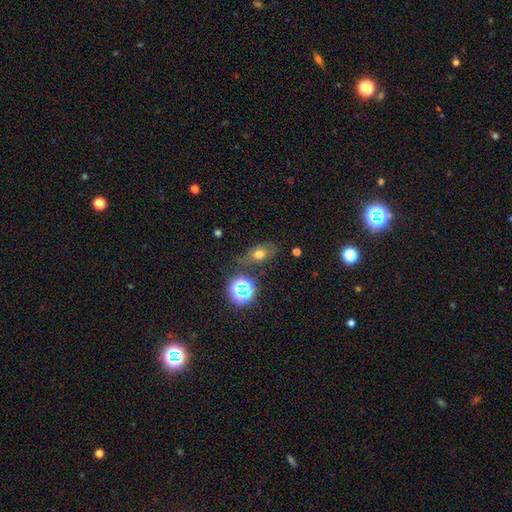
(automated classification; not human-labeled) The model was most divided on "smooth or featured": smooth: 45%, star or artifact: 32%, featured or disk: 23%. More confident: merging — none (76%).